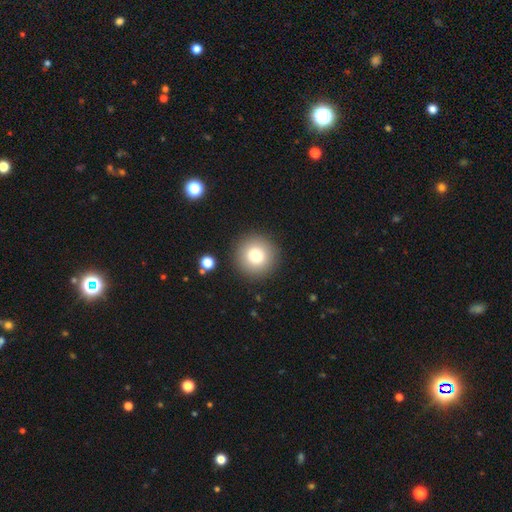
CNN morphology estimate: Smooth or featured?
  - smooth: 81% *
  - star or artifact: 10%
  - featured or disk: 9%
How rounded?
  - round: 95% *
  - in between: 4%
  - cigar-shaped: 1%
Merging?
  - none: 89% *
  - minor disturbance: 6%
  - major disturbance: 2%
  - merger: 2%